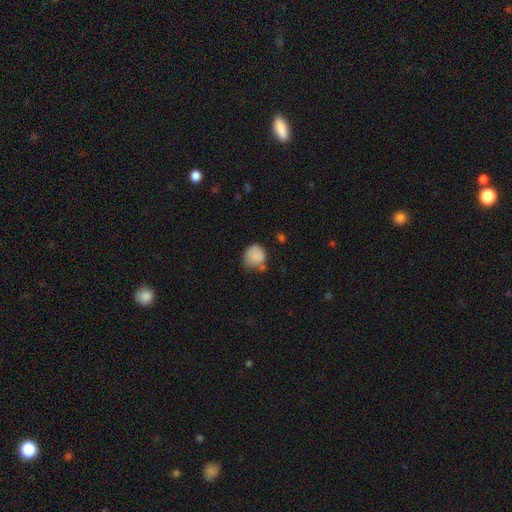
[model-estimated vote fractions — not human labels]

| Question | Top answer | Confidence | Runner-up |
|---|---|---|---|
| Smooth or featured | smooth | 84% | star or artifact (8%) |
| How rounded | round | 78% | in between (21%) |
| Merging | none | 51% | minor disturbance (31%) |